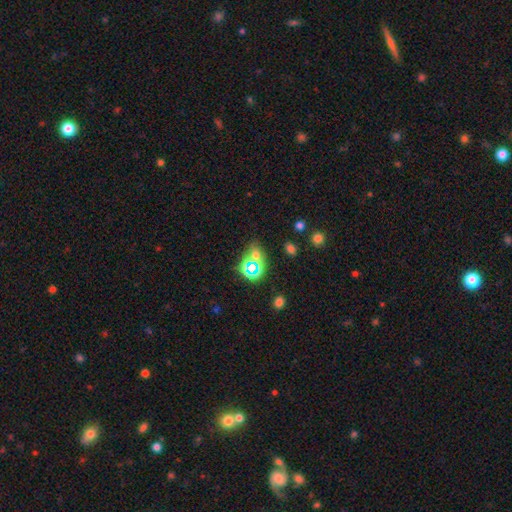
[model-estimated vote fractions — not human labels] Smooth or featured: star or artifact — 54% (smooth — 36%)